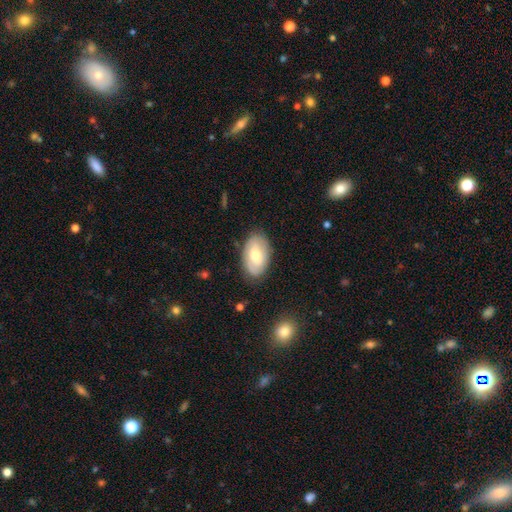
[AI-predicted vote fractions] Smooth or featured? Predicted: smooth (p=0.53). How rounded? Predicted: in between (p=0.92). Merging? Predicted: none (p=0.81).